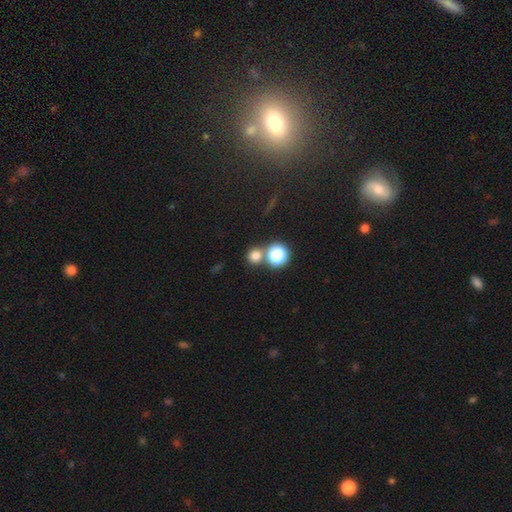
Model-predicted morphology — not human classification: Smooth or featured? smooth (74%)
How rounded? round (89%)
Merging? none (66%)